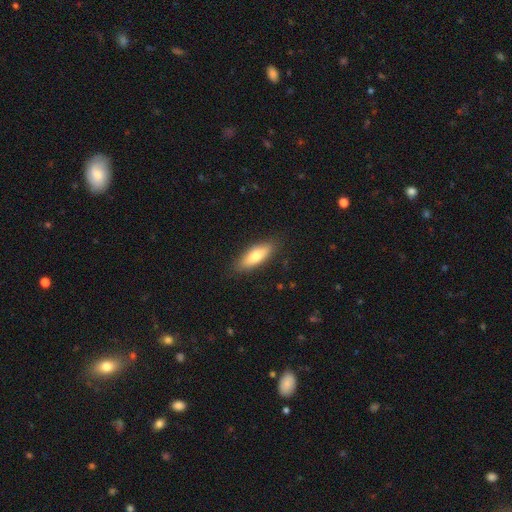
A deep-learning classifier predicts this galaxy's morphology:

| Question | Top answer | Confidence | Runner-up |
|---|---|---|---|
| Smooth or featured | smooth | 73% | featured or disk (21%) |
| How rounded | in between | 57% | cigar-shaped (41%) |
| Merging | none | 86% | minor disturbance (10%) |